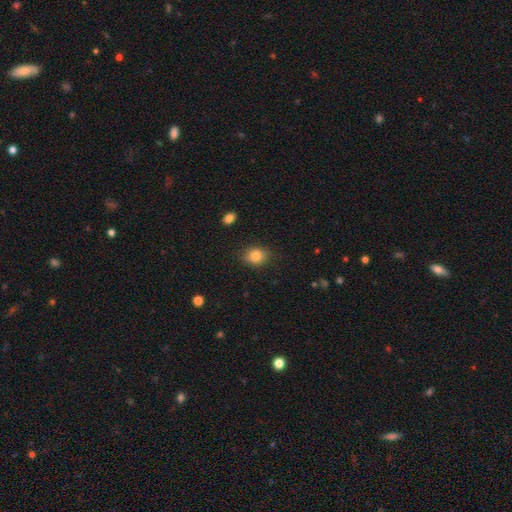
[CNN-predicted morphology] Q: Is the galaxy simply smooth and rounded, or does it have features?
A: smooth — 83%.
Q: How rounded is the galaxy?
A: round — 55%.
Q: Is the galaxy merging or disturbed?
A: none — 81%.